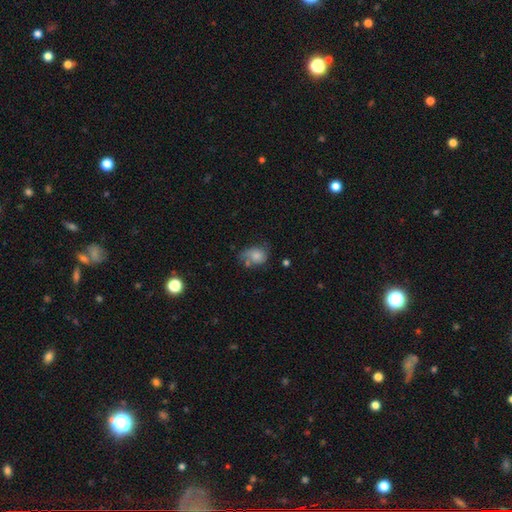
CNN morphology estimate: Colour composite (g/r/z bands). It shows a smooth galaxy with no disk features (62%) that is in between round and cigar-shaped (58%). Merging: none (35%).